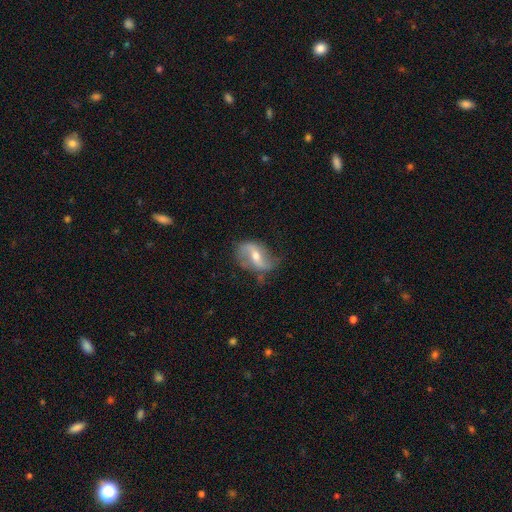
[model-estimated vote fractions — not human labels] Smooth or featured?
  - featured or disk: 75% *
  - smooth: 18%
  - star or artifact: 7%
Edge-on disk?
  - no: 95% *
  - yes: 5%
Bar?
  - weak: 42% *
  - strong: 32%
  - no: 26%
Spiral arms?
  - yes: 88% *
  - no: 12%
Spiral winding?
  - loose: 72% *
  - medium: 21%
  - tight: 7%
Spiral arm count?
  - 2: 88% *
  - can't tell: 5%
  - 1: 4%
  - 3: 1%
  - 4: 1%
  - more than 4: 1%
Bulge size?
  - moderate: 63% *
  - small: 31%
  - large: 4%
  - none: 2%
  - dominant: 1%
Merging?
  - none: 65% *
  - minor disturbance: 23%
  - major disturbance: 10%
  - merger: 2%